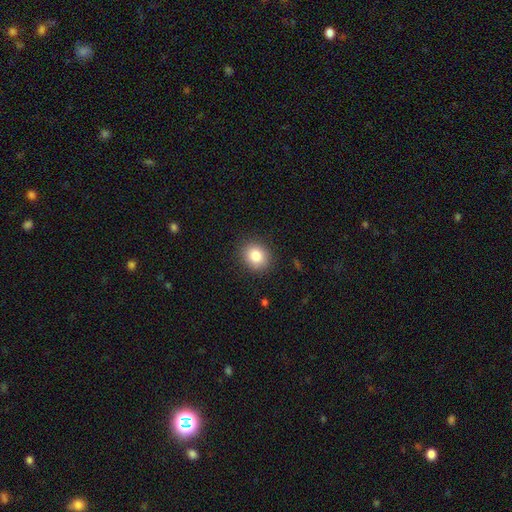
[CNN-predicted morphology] Smooth or featured? Predicted: smooth (p=0.84). How rounded? Predicted: round (p=0.69). Merging? Predicted: none (p=0.88).